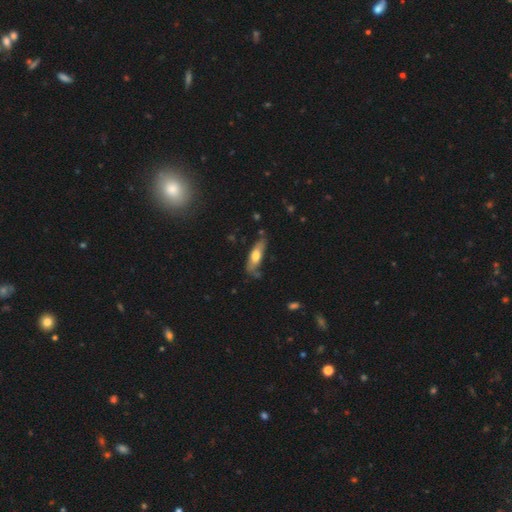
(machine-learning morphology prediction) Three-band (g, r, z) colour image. It shows a smooth galaxy with no disk features (55%) that is in between round and cigar-shaped (54%). Merging: none (61%).